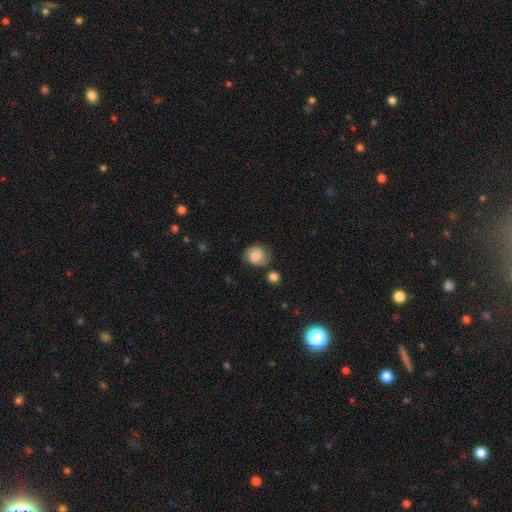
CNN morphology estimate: The model was most divided on "merging": none: 64%, minor disturbance: 23%, major disturbance: 7%, merger: 6%. More confident: how rounded — round (74%); smooth or featured — smooth (73%).